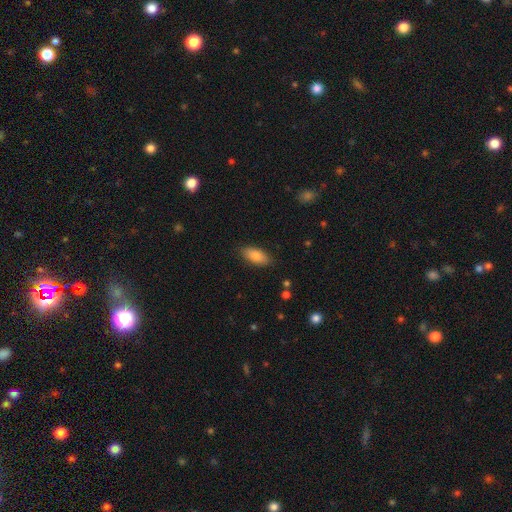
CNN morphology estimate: Overall: smooth (83%). How rounded: in between (86%). Merging: none (85%).